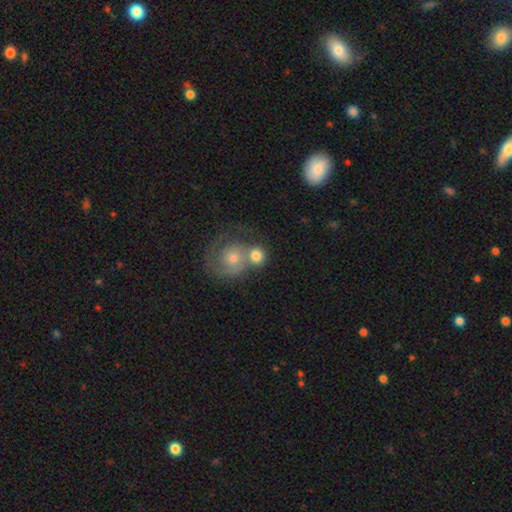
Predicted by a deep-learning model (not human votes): Smooth or featured? Predicted: smooth (p=0.66). How rounded? Predicted: round (p=0.83). Merging? Predicted: merger (p=0.50).